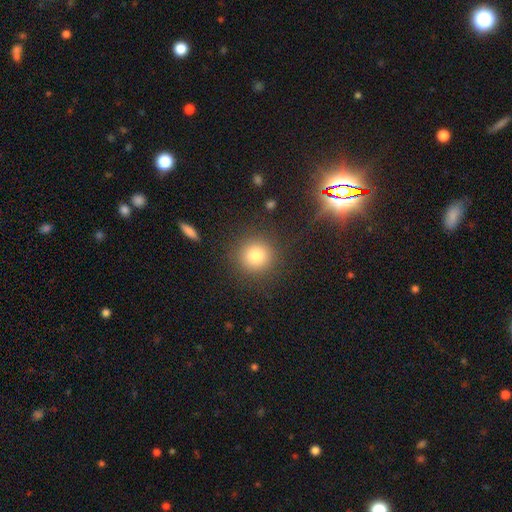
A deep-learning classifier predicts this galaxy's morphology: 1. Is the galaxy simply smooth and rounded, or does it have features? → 79% smooth, 13% star or artifact, 8% featured or disk.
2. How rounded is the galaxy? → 93% round, 6% in between, 1% cigar-shaped.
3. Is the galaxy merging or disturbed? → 88% none, 7% minor disturbance, 3% major disturbance, 2% merger.